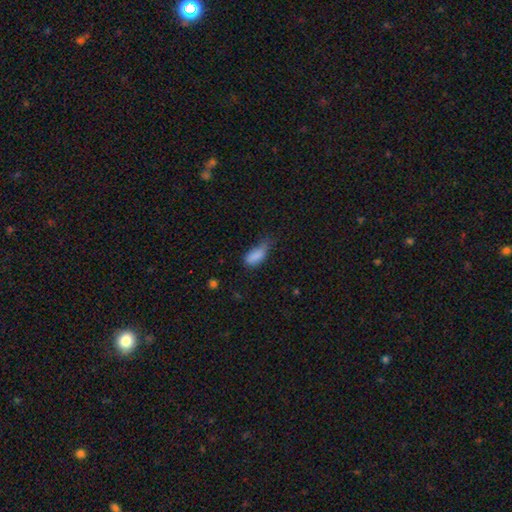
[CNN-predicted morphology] Q: Smooth or featured?
A: smooth (84%); runner-up: star or artifact (9%)
Q: How rounded?
A: in between (85%); runner-up: cigar-shaped (12%)
Q: Merging?
A: minor disturbance (46%); runner-up: none (29%)